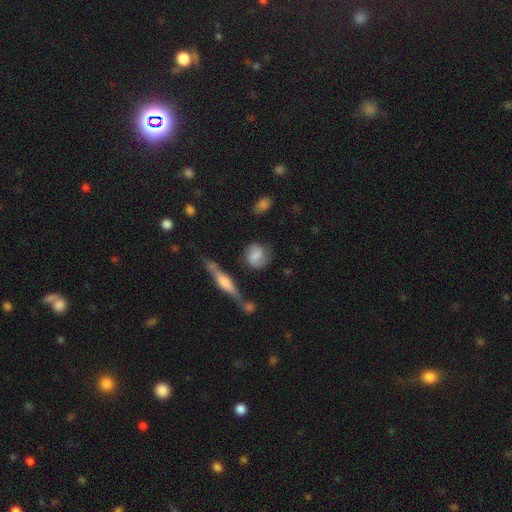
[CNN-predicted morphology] smooth-or-featured: featured or disk: 50% | smooth: 42% | star or artifact: 7%
  disk-edge-on: no: 89% | yes: 11%
  merging: none: 72% | minor disturbance: 18% | major disturbance: 6% | merger: 4%